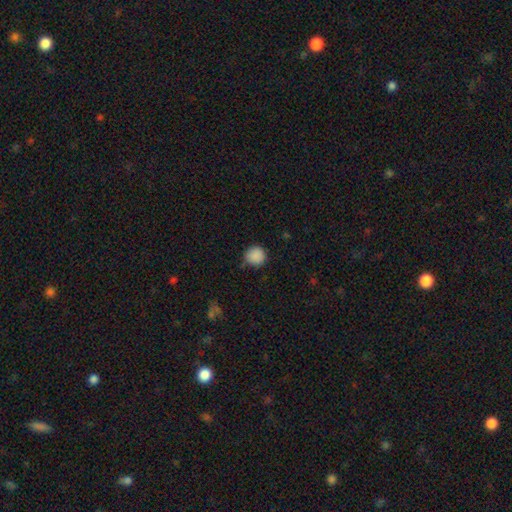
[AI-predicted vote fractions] smooth-or-featured: smooth: 88% | star or artifact: 9% | featured or disk: 3%
  how-rounded: round: 93% | in between: 6% | cigar-shaped: 1%
  merging: none: 81% | minor disturbance: 14% | major disturbance: 3% | merger: 2%